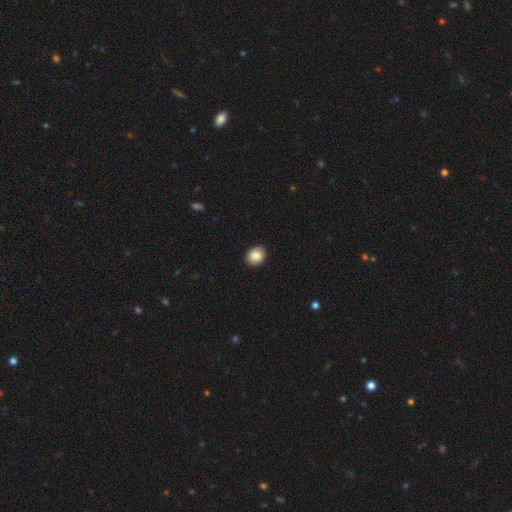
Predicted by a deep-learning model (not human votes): Smooth or featured: smooth — 86% (star or artifact — 8%)
How rounded: round — 62% (in between — 37%)
Merging: none — 89% (minor disturbance — 8%)